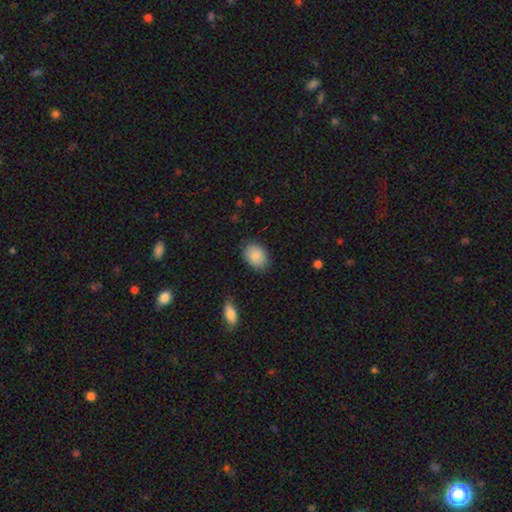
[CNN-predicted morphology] smooth-or-featured: smooth: 88% | star or artifact: 7% | featured or disk: 5%
  how-rounded: in between: 75% | round: 24% | cigar-shaped: 1%
  merging: none: 84% | minor disturbance: 12% | major disturbance: 3% | merger: 1%